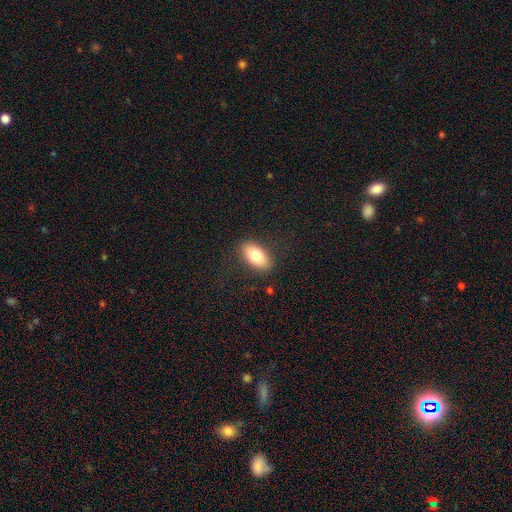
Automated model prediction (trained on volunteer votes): smooth-or-featured: smooth: 77% | featured or disk: 16% | star or artifact: 7%
  how-rounded: in between: 90% | round: 5% | cigar-shaped: 5%
  merging: none: 86% | minor disturbance: 10% | major disturbance: 3% | merger: 1%